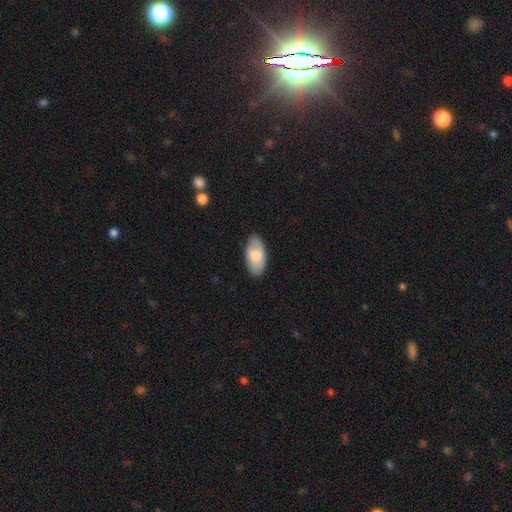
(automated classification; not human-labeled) smooth-or-featured: smooth: 73% | featured or disk: 21% | star or artifact: 6%
  how-rounded: in between: 95% | cigar-shaped: 3% | round: 2%
  merging: none: 82% | minor disturbance: 14% | major disturbance: 3% | merger: 1%